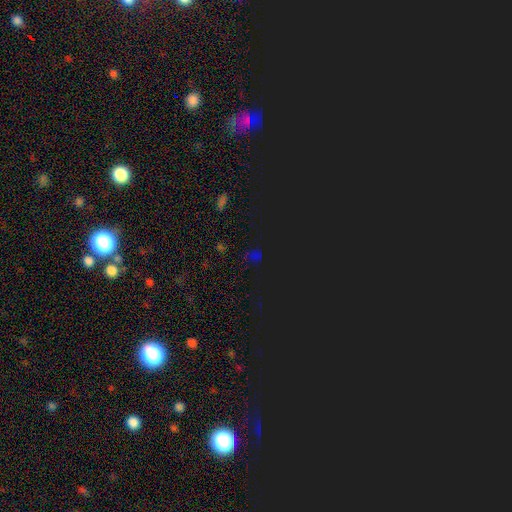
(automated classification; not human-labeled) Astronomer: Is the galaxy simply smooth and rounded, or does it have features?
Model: star or artifact — 74%.